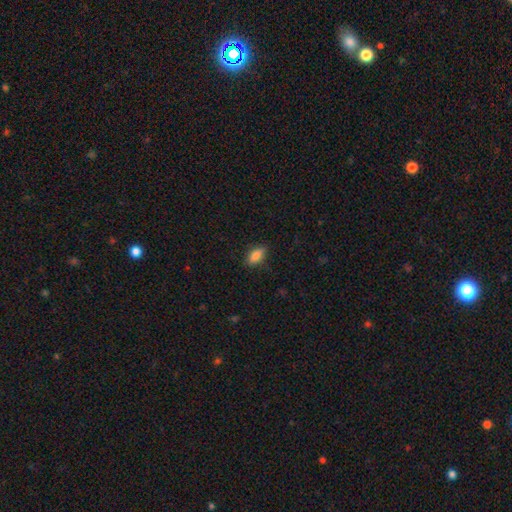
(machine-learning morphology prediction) smooth_or_featured: smooth (p=0.83) [alt: star or artifact p=0.08]
how_rounded: in between (p=0.86) [alt: cigar-shaped p=0.11]
merging: none (p=0.83) [alt: minor disturbance p=0.13]